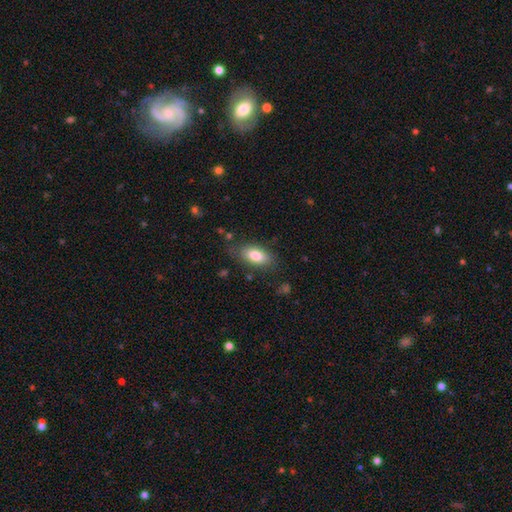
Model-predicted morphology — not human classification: type=smooth (81%); roundness=in between (88%); merging=none (78%).